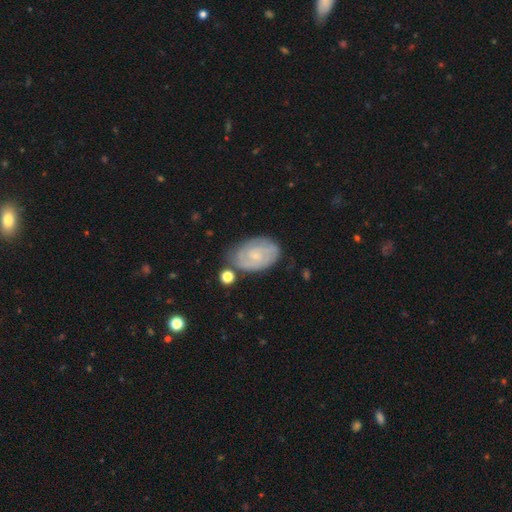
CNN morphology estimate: This is likely a featured or disk galaxy (71%). It is clearly not viewed edge-on (97%). Bar: likely no (66%). Spiral arm pattern: clearly yes (90%). Spiral arm count: marginally 2 (43%). Spiral winding: likely tight (67%). Central bulge: likely small (72%). Merging: likely none (72%).